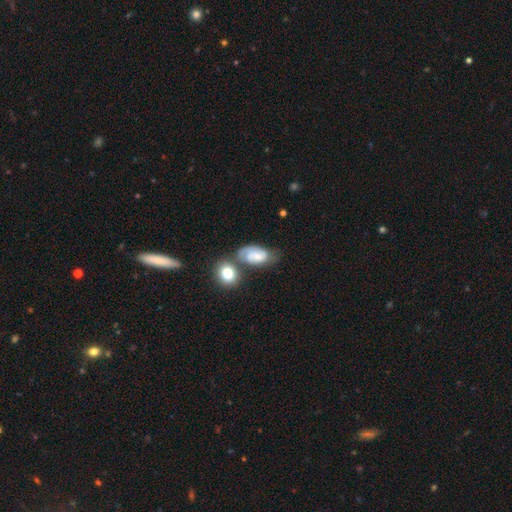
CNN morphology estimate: This is possibly a featured or disk galaxy (47%). Merging: marginally none (39%).